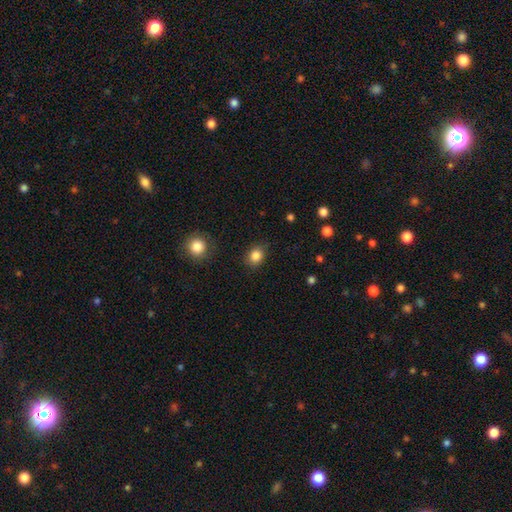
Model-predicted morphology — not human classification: A smooth galaxy with no disk features (85%) that is round (58%).

Vote fractions:
- Smooth or featured? smooth: 85% / star or artifact: 10% / featured or disk: 5%
- How rounded? round: 58% / in between: 41% / cigar-shaped: 1%
- Merging? none: 84% / minor disturbance: 11% / major disturbance: 3% / merger: 1%